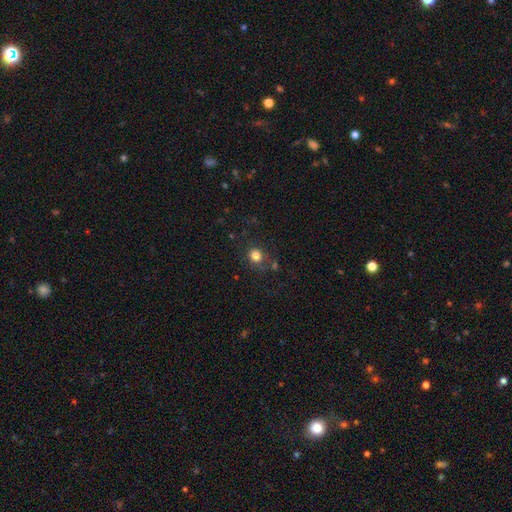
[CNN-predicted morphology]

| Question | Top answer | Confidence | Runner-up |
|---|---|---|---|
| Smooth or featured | smooth | 81% | star or artifact (13%) |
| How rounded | round | 82% | in between (18%) |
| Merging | none | 76% | minor disturbance (13%) |